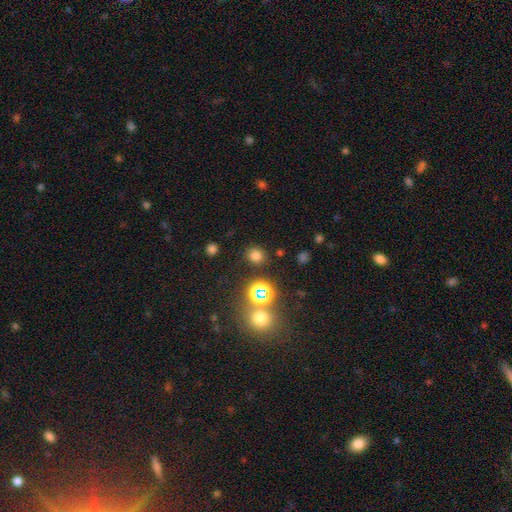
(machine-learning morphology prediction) smooth_or_featured: smooth (p=0.71) [alt: star or artifact p=0.23]
how_rounded: round (p=0.79) [alt: in between p=0.20]
merging: none (p=0.85) [alt: minor disturbance p=0.08]